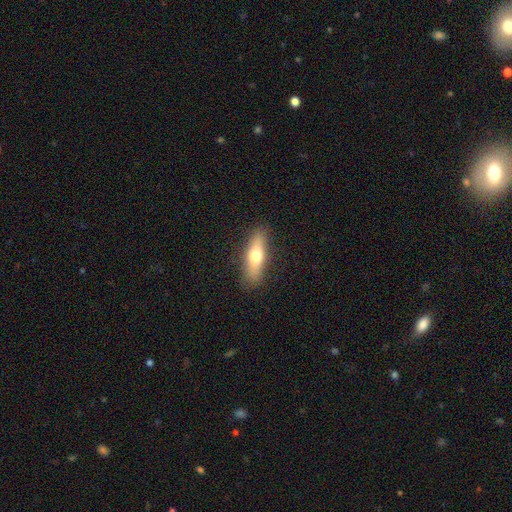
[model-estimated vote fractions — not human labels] Q: Smooth or featured?
A: smooth (63%); runner-up: featured or disk (31%)
Q: How rounded?
A: cigar-shaped (56%); runner-up: in between (41%)
Q: Merging?
A: none (87%); runner-up: minor disturbance (10%)